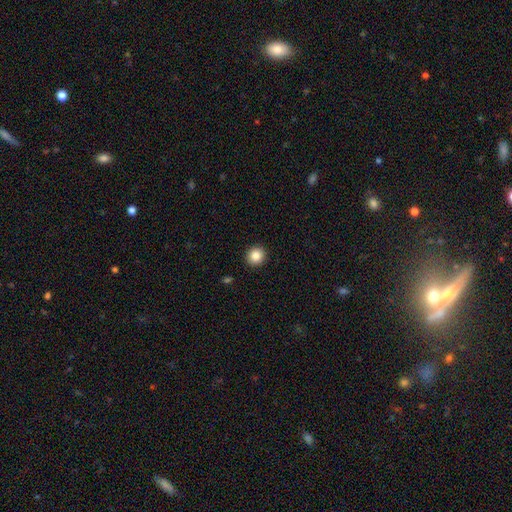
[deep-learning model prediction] A smooth galaxy with no disk features (86%) that is round (91%).

Vote fractions:
- Smooth or featured? smooth: 86% / star or artifact: 10% / featured or disk: 5%
- How rounded? round: 91% / in between: 8% / cigar-shaped: 1%
- Merging? none: 93% / minor disturbance: 5% / major disturbance: 2% / merger: 1%